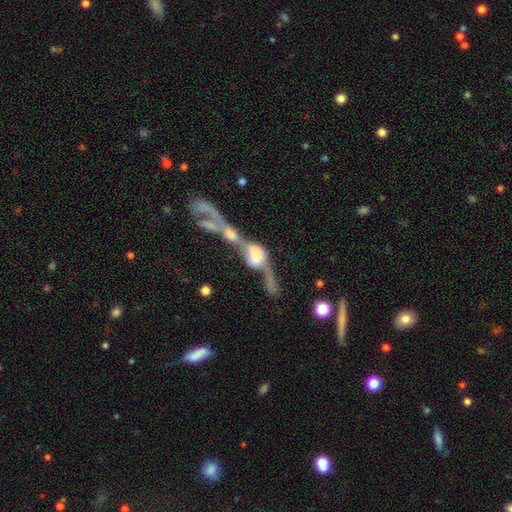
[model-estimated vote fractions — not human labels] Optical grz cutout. It shows a featured or disk galaxy (57%). Merging: merger (76%).